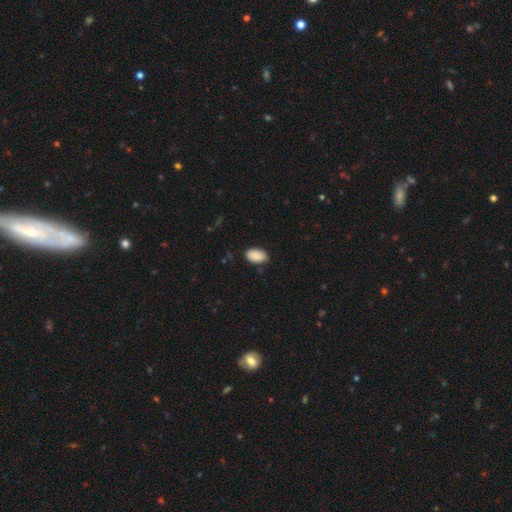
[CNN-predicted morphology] Overall: smooth (90%). How rounded: in between (93%). Merging: none (79%).